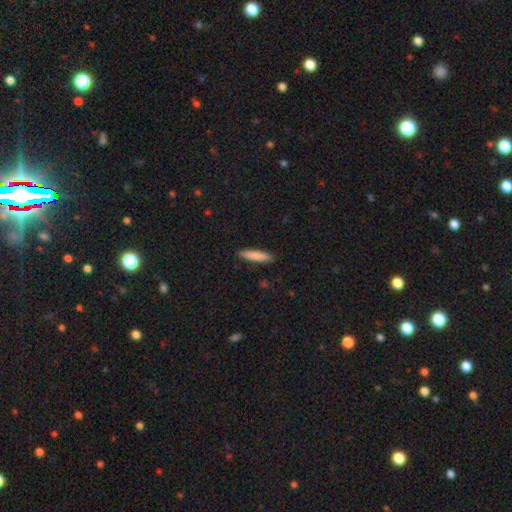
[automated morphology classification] smooth_or_featured: smooth (p=0.83) [alt: featured or disk p=0.12]
how_rounded: cigar-shaped (p=0.83) [alt: in between p=0.16]
merging: none (p=0.90) [alt: minor disturbance p=0.08]